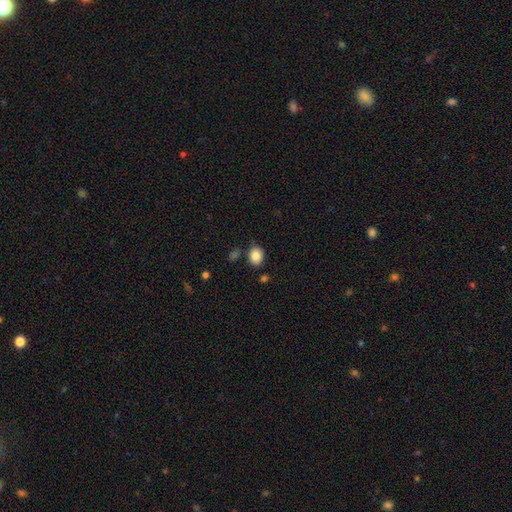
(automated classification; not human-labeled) This appears to be a smooth galaxy with no disk features (86%) that is in between round and cigar-shaped (50%). Merging: none (76%).